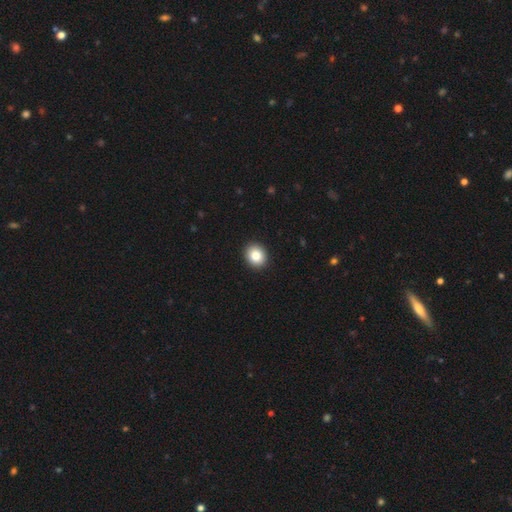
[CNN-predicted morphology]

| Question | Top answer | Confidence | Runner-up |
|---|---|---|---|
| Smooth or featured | smooth | 86% | star or artifact (8%) |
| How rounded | round | 65% | in between (34%) |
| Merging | none | 92% | minor disturbance (5%) |